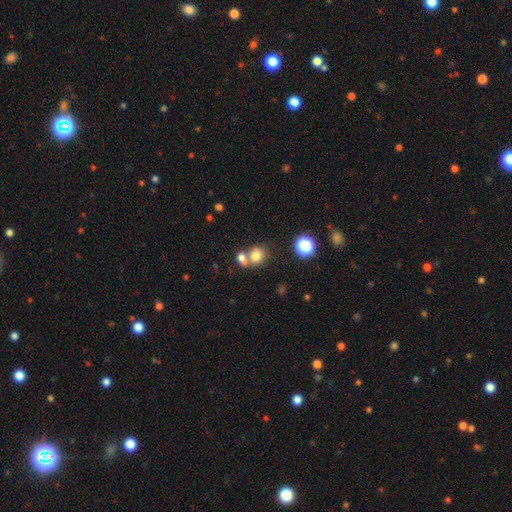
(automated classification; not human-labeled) The model was most divided on "merging": merger: 45%, none: 43%, minor disturbance: 8%, major disturbance: 4%. More confident: smooth or featured — smooth (76%); how rounded — round (69%).